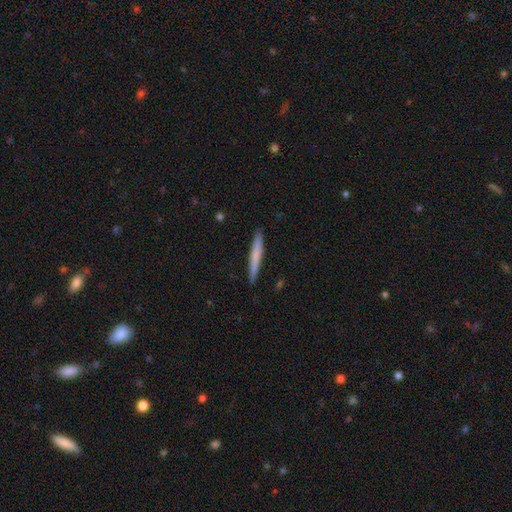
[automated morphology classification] Smooth or featured?
  - smooth: 68% *
  - featured or disk: 27%
  - star or artifact: 5%
How rounded?
  - cigar-shaped: 96% *
  - in between: 2%
  - round: 1%
Merging?
  - none: 90% *
  - minor disturbance: 7%
  - major disturbance: 1%
  - merger: 1%